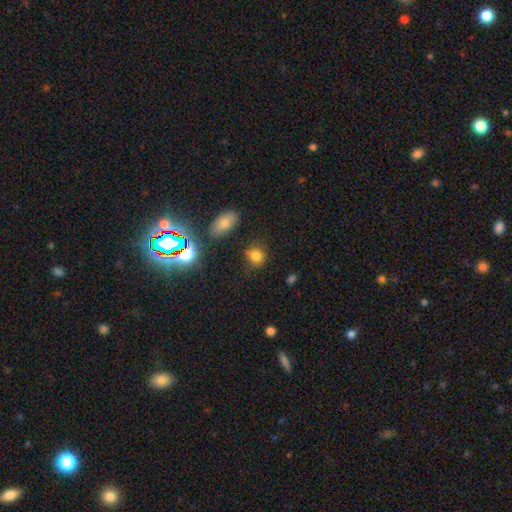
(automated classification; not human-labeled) Morphology: type=smooth (78%); roundness=round (72%); merging=none (76%).